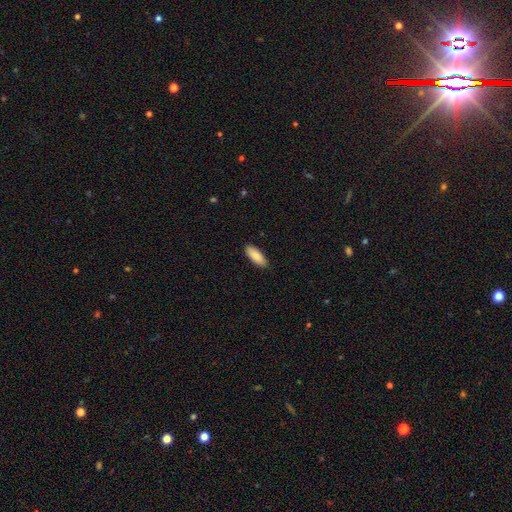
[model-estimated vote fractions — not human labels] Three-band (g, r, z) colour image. It shows a smooth galaxy with no disk features (89%) that is in between round and cigar-shaped (73%). Merging: none (87%).